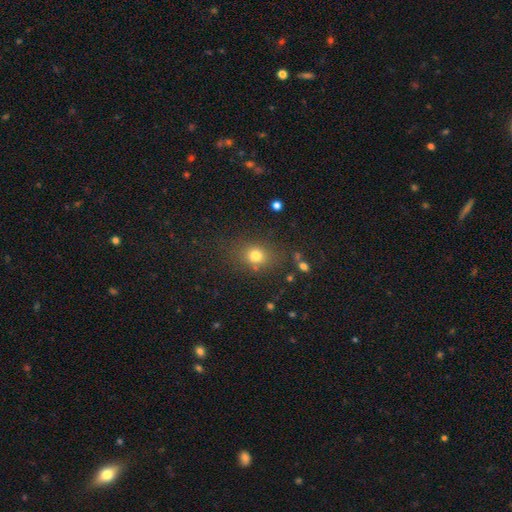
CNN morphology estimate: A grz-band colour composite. It shows a smooth galaxy with no disk features (76%) that is round (60%). Merging: none (76%).